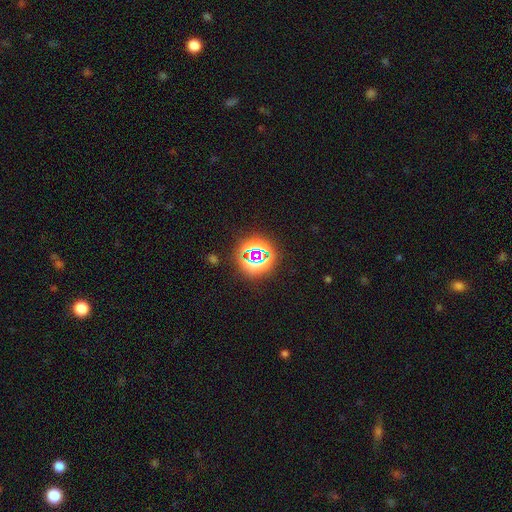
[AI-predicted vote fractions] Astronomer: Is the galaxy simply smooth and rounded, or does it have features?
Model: star or artifact — 72%.